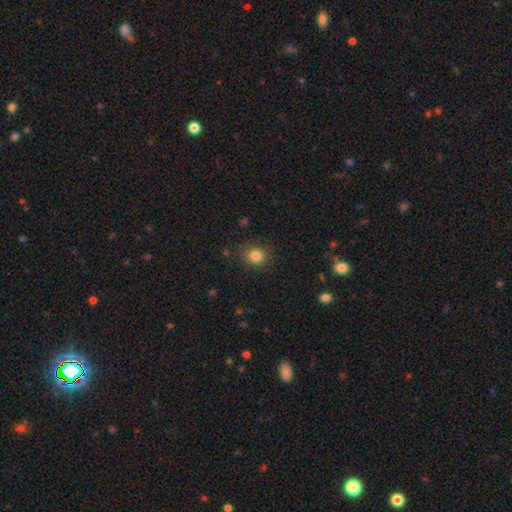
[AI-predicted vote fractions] Smooth or featured?
  - smooth: 82% *
  - star or artifact: 13%
  - featured or disk: 5%
How rounded?
  - round: 85% *
  - in between: 14%
  - cigar-shaped: 1%
Merging?
  - none: 87% *
  - minor disturbance: 9%
  - major disturbance: 3%
  - merger: 1%